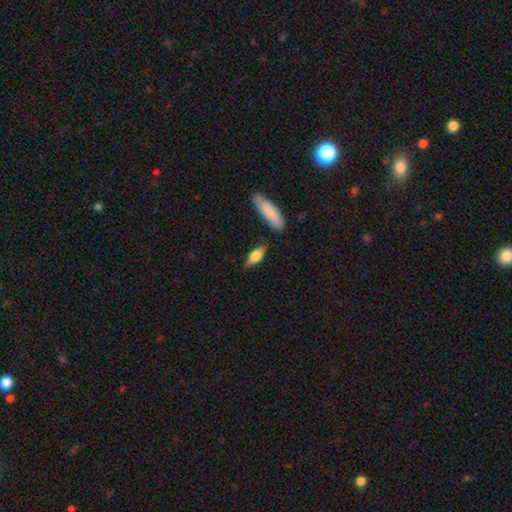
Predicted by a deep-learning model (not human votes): Smooth or featured: smooth — 65% (featured or disk — 29%)
How rounded: in between — 63% (cigar-shaped — 33%)
Merging: none — 73% (minor disturbance — 17%)